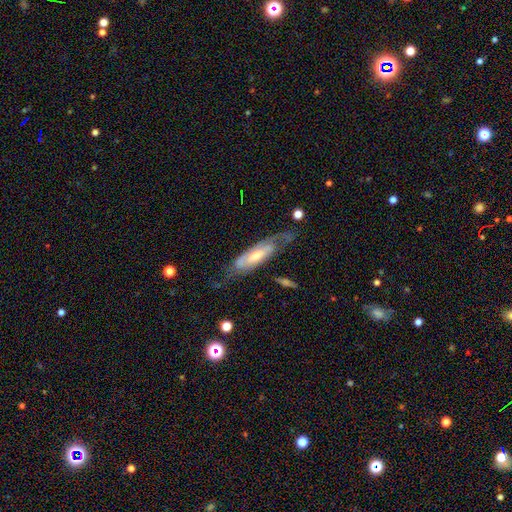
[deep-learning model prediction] Morphology: type=featured or disk (73%); edge-on=no (77%); bar=no (49%); spiral arms=yes (82%); bulge=moderate (52%); merging=none (58%).